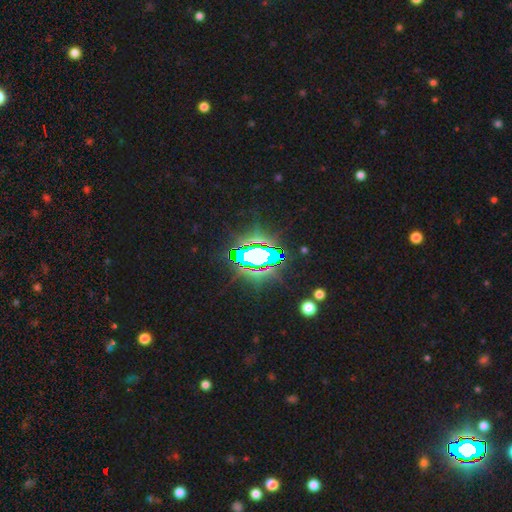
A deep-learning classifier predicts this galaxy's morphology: smooth-or-featured: star or artifact: 72% | smooth: 14% | featured or disk: 14%